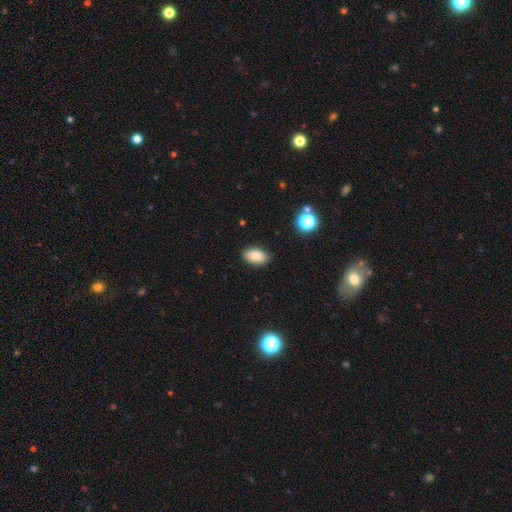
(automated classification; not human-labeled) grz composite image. It shows a smooth galaxy with no disk features (85%) that is in between round and cigar-shaped (91%). Merging: none (87%).